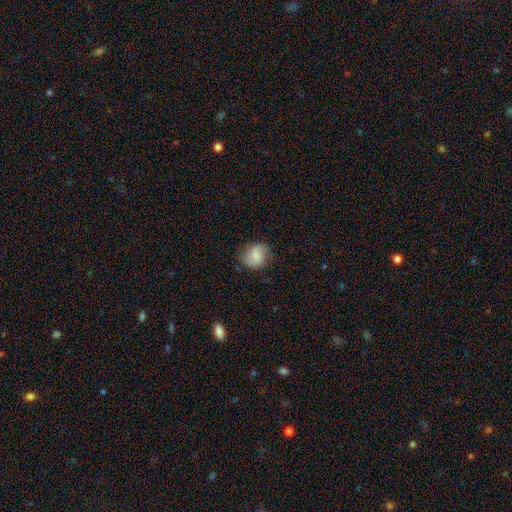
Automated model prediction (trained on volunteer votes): This appears to be a smooth galaxy with no disk features (57%) that is round (71%). Merging: none (76%).